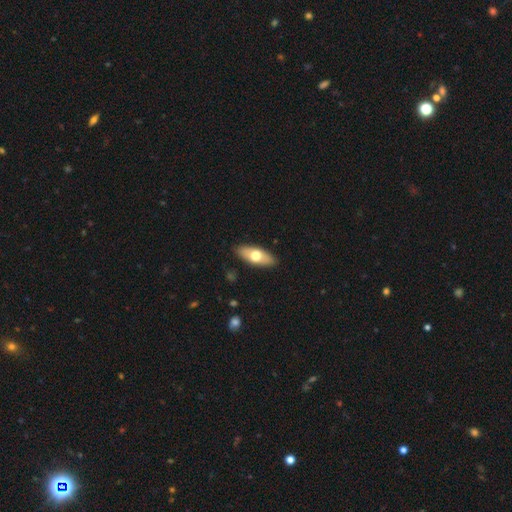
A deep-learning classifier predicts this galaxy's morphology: A smooth galaxy with no disk features (61%) that is in between round and cigar-shaped (76%). Merging: none (89%).